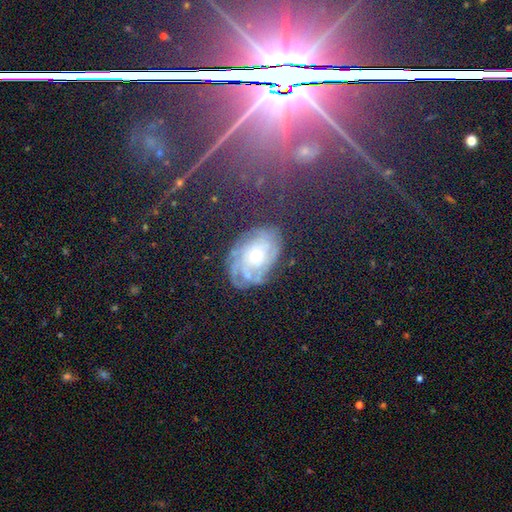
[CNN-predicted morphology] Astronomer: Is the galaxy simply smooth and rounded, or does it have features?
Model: featured or disk — 71%.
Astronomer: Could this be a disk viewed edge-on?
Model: no — 96%.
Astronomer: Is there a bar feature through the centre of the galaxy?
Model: no — 81%.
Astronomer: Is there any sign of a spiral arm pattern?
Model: yes — 91%.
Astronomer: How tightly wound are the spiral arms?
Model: tight — 71%.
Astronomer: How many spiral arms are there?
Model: can't tell — 46%.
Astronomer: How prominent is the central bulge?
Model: small — 48% (runner-up: moderate, 46%).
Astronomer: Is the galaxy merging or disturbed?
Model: none — 74%.